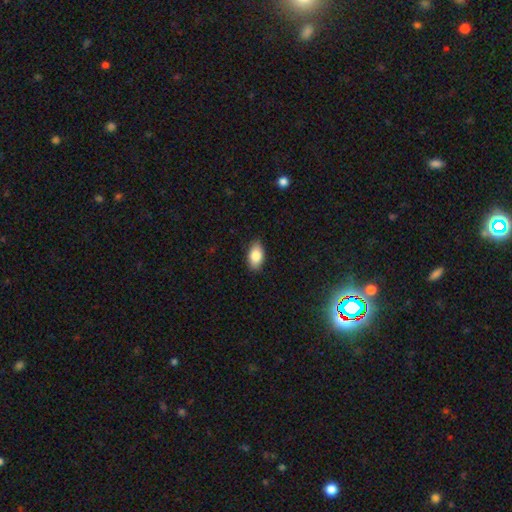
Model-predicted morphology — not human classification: This is clearly a smooth galaxy (84%). How rounded: clearly in between (92%). Merging: clearly none (87%).